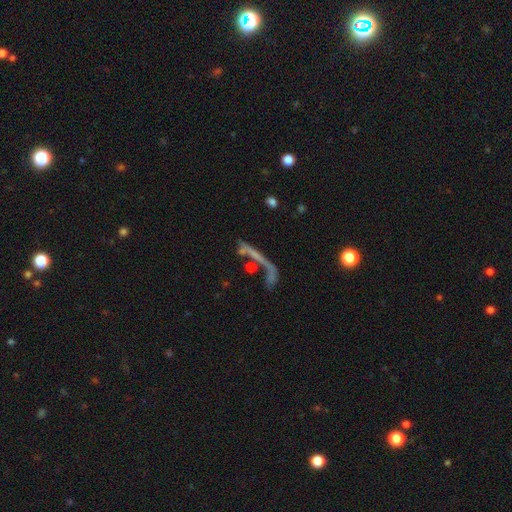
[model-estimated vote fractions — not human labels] Smooth or featured? featured or disk (49%)
Merging? none (38%)